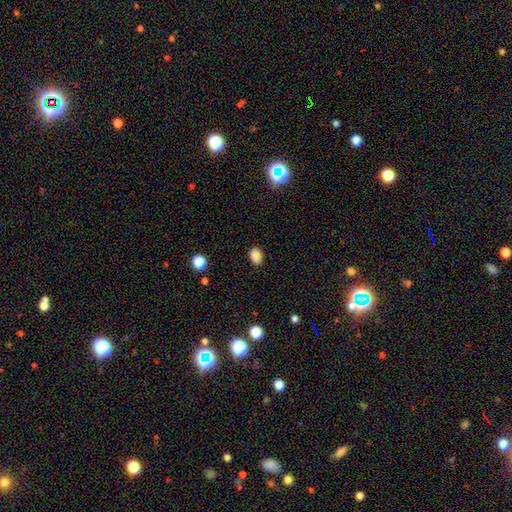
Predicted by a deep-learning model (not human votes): This appears to be a smooth galaxy with no disk features (87%) that is in between round and cigar-shaped (79%). Merging: none (88%).